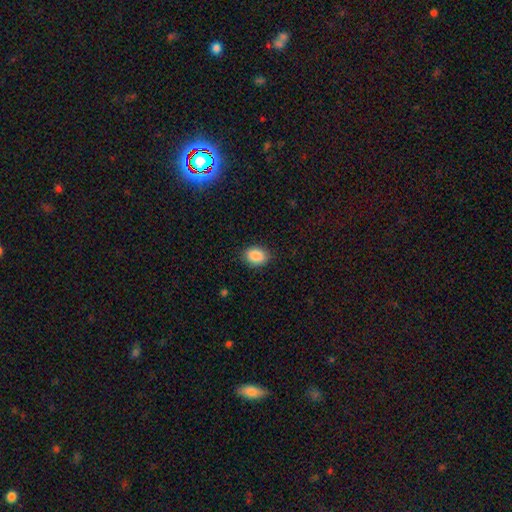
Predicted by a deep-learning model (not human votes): A smooth galaxy with no disk features (89%) that is in between round and cigar-shaped (69%). Merging: none (87%).